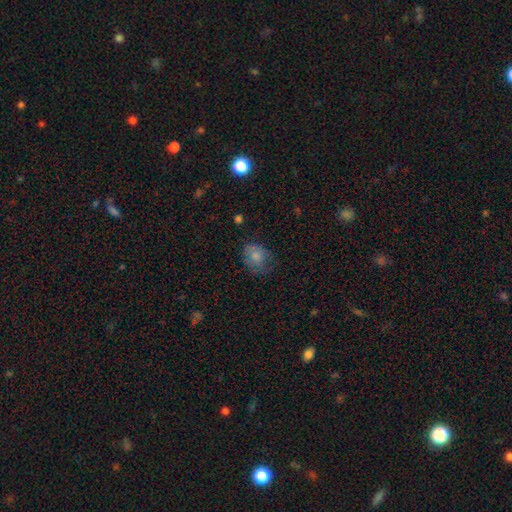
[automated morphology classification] Q: Smooth or featured?
A: smooth (76%); runner-up: featured or disk (15%)
Q: How rounded?
A: in between (51%); runner-up: round (49%)
Q: Merging?
A: none (57%); runner-up: minor disturbance (29%)